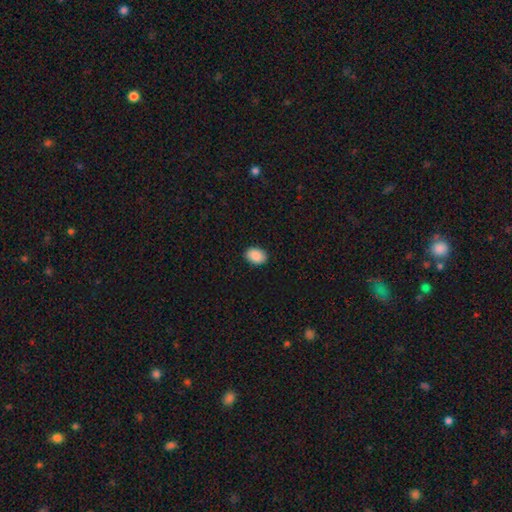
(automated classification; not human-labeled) Smooth or featured? Predicted: smooth (p=0.90). How rounded? Predicted: in between (p=0.80). Merging? Predicted: none (p=0.89).